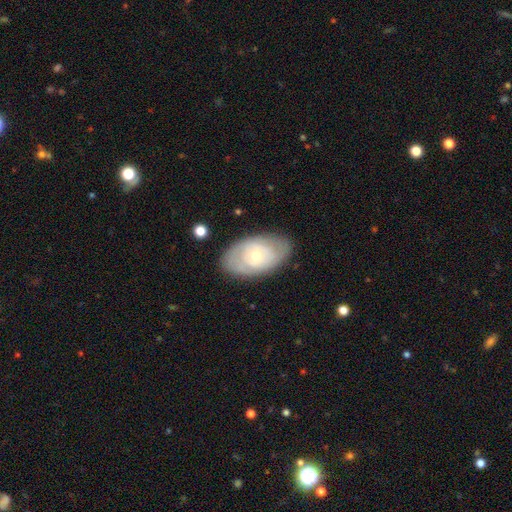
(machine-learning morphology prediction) featured or disk 58%, smooth 36%, star or artifact 6%. Down the decision tree: edge-on disk — no (92%); bar — no (79%); spiral arms — yes (54%); bulge size — moderate (53%); merging — none (80%).